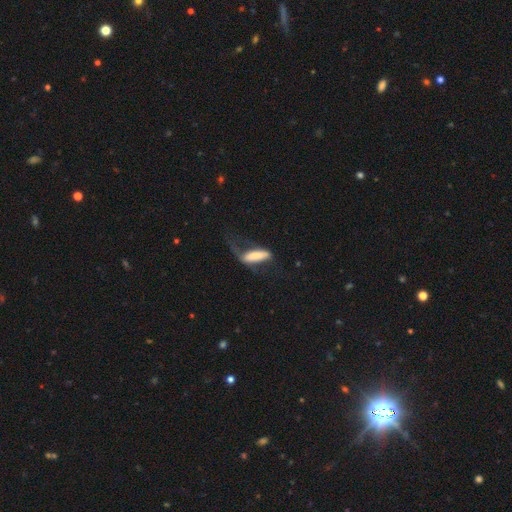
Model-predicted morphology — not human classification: This appears to be a smooth galaxy with no disk features (67%) that is cigar-shaped (52%). Merging: major disturbance (45%).